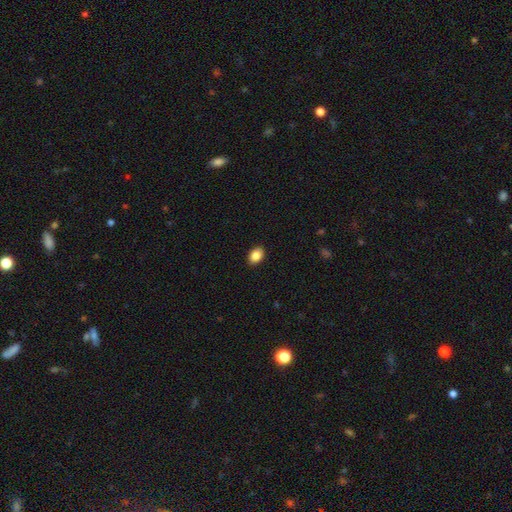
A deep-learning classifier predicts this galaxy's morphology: This is clearly a smooth galaxy (87%). How rounded: clearly in between (80%). Merging: clearly none (90%).